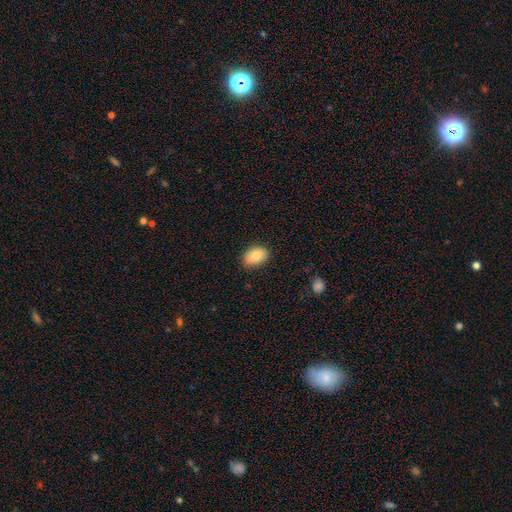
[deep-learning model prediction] Smooth or featured: smooth — 85% (star or artifact — 8%)
How rounded: in between — 82% (round — 17%)
Merging: none — 82% (minor disturbance — 15%)